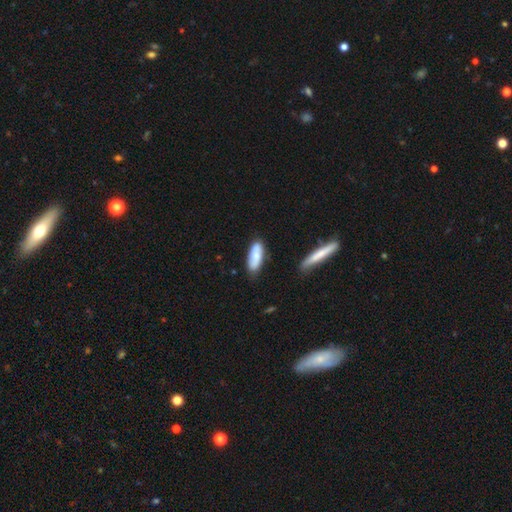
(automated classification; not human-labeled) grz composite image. It shows a smooth galaxy with no disk features (72%) that is in between round and cigar-shaped (67%). Merging: none (78%).